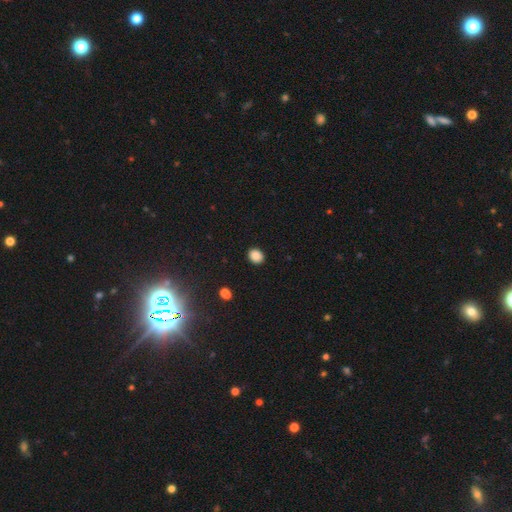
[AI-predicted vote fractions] smooth_or_featured: smooth (p=0.87) [alt: star or artifact p=0.10]
how_rounded: round (p=0.58) [alt: in between p=0.41]
merging: none (p=0.90) [alt: minor disturbance p=0.07]